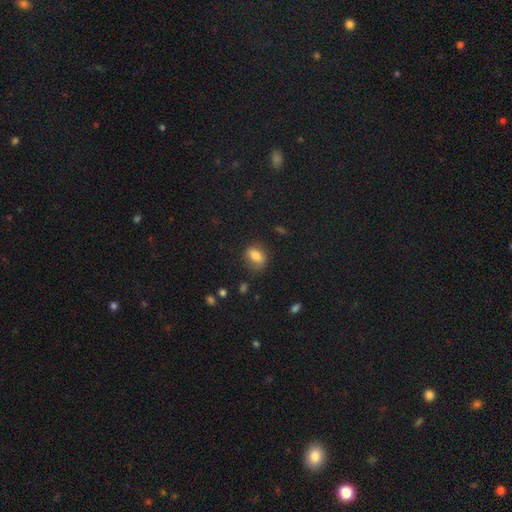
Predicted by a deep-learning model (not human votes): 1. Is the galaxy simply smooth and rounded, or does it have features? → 79% smooth, 11% featured or disk, 10% star or artifact.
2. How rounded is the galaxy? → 74% in between, 22% round, 4% cigar-shaped.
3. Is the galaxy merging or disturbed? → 72% none, 20% minor disturbance, 6% major disturbance, 2% merger.